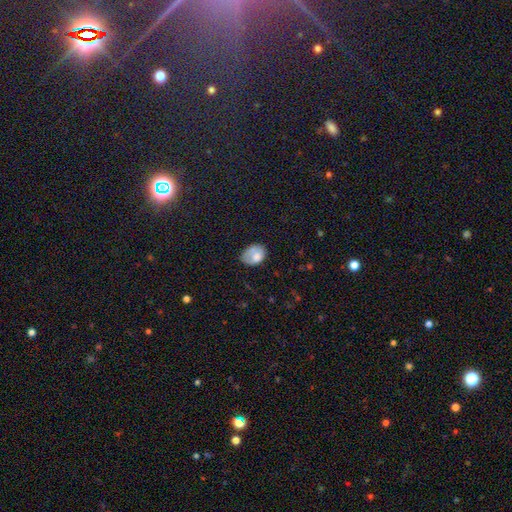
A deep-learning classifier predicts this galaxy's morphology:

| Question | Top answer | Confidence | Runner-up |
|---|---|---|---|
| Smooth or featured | smooth | 75% | featured or disk (17%) |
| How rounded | in between | 72% | round (27%) |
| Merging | none | 45% | minor disturbance (35%) |